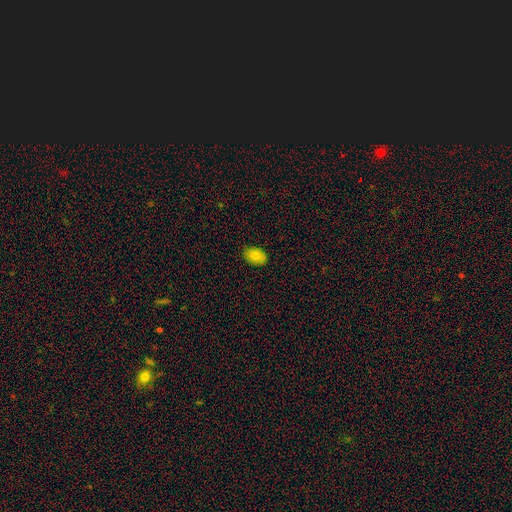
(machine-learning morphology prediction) A smooth galaxy with no disk features (81%) that is in between round and cigar-shaped (84%). Merging: none (87%).